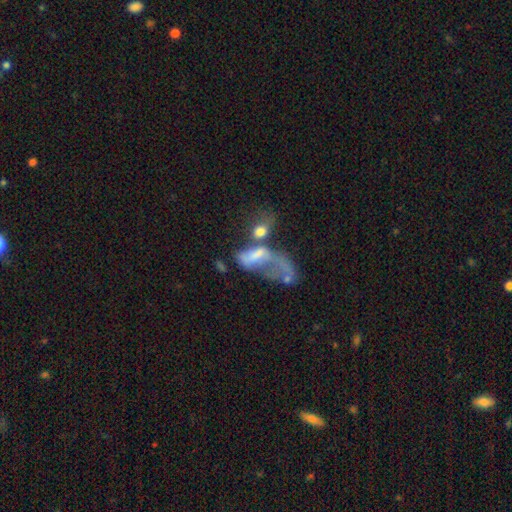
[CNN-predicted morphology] Q: Smooth or featured?
A: smooth (44%); tied with: featured or disk (44%)
Q: Merging?
A: merger (51%); runner-up: major disturbance (33%)